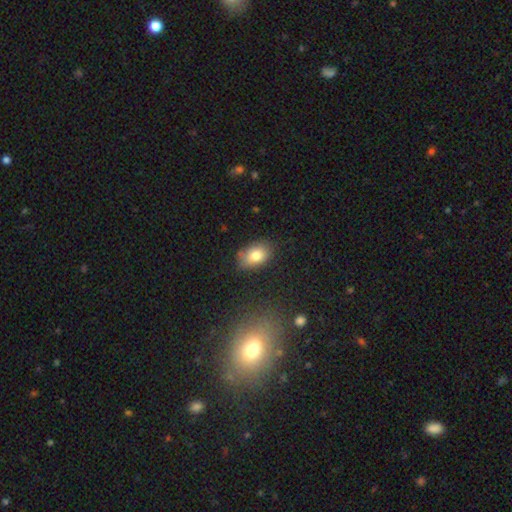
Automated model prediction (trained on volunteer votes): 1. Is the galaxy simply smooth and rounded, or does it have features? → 80% smooth, 11% featured or disk, 9% star or artifact.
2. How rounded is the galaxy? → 85% in between, 13% round, 1% cigar-shaped.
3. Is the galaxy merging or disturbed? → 76% none, 18% minor disturbance, 4% major disturbance, 3% merger.